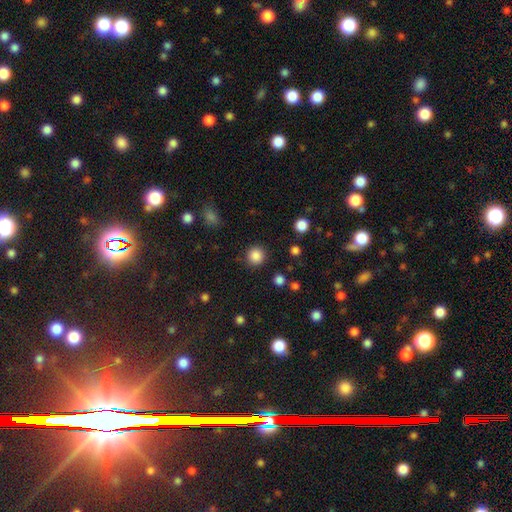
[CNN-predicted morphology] smooth_or_featured: smooth (p=0.86) [alt: star or artifact p=0.10]
how_rounded: round (p=0.93) [alt: in between p=0.06]
merging: none (p=0.90) [alt: minor disturbance p=0.06]